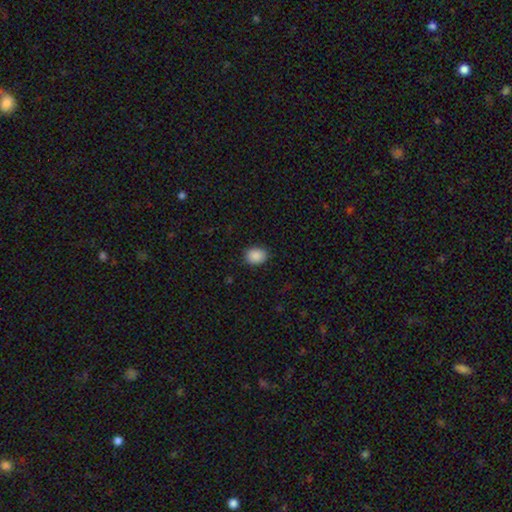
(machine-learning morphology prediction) Q: Smooth or featured?
A: smooth (89%); runner-up: star or artifact (8%)
Q: How rounded?
A: in between (53%); runner-up: round (47%)
Q: Merging?
A: none (86%); runner-up: minor disturbance (11%)